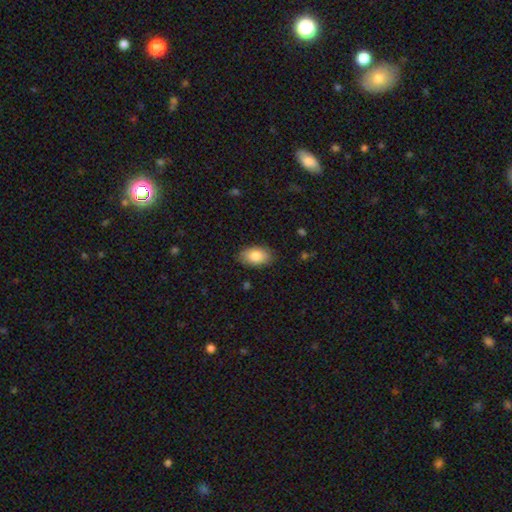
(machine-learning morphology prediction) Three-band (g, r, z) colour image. It shows a smooth galaxy with no disk features (84%) that is in between round and cigar-shaped (91%). Merging: none (85%).